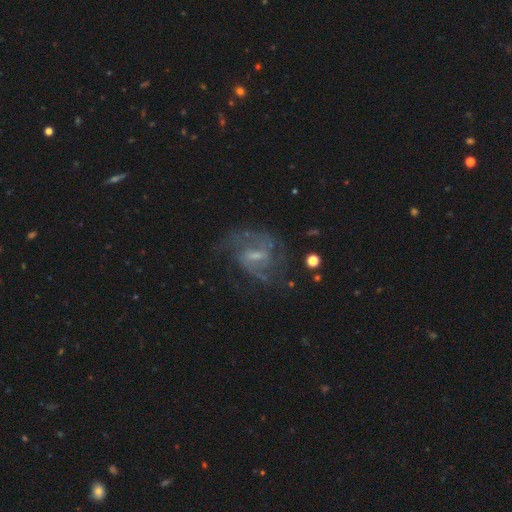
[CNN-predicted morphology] A featured or disk galaxy (82%) with a weak bar (59%), 2 (61%) medium (52%) spiral arms (92%) and a small central bulge (50%). Merging: none (62%).